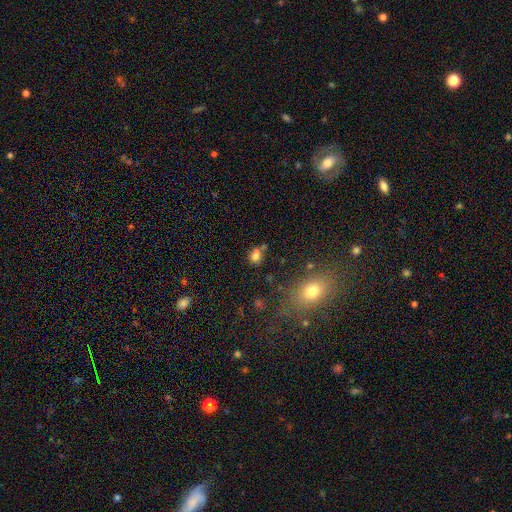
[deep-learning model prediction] This appears to be a smooth galaxy with no disk features (74%) that is round (50%). Merging: none (49%).